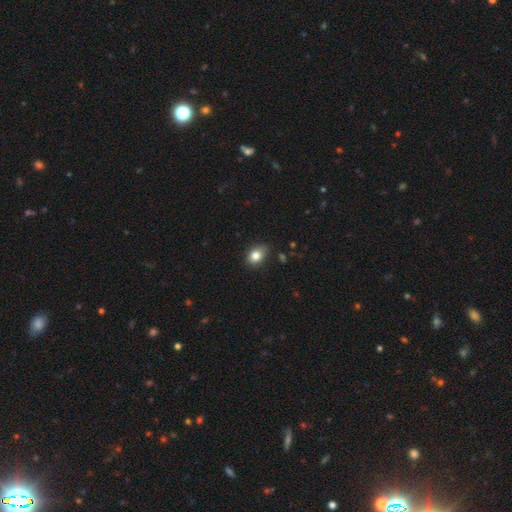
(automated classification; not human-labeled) Morphology: type=smooth (82%); roundness=in between (73%); merging=none (80%).